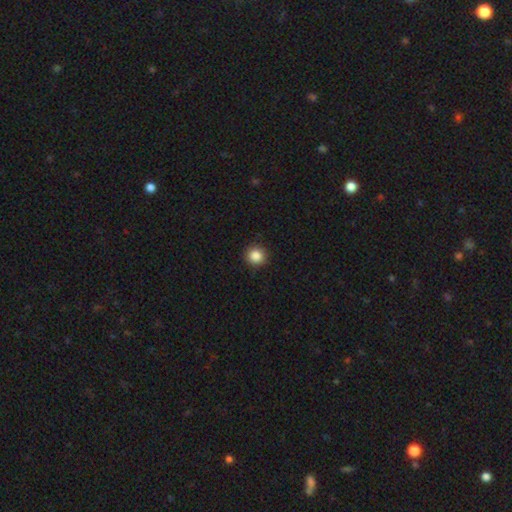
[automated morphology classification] A smooth galaxy with no disk features (86%) that is round (93%).

Vote fractions:
- Smooth or featured? smooth: 86% / star or artifact: 10% / featured or disk: 3%
- How rounded? round: 93% / in between: 6% / cigar-shaped: 1%
- Merging? none: 91% / minor disturbance: 6% / major disturbance: 2% / merger: 1%